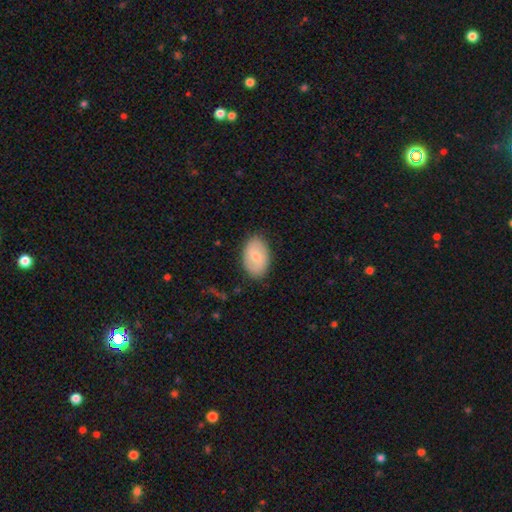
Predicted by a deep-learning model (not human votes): A smooth galaxy with no disk features (67%) that is in between round and cigar-shaped (87%).

Vote fractions:
- Smooth or featured? smooth: 67% / featured or disk: 27% / star or artifact: 6%
- How rounded? in between: 87% / round: 12% / cigar-shaped: 1%
- Merging? none: 83% / minor disturbance: 13% / major disturbance: 3% / merger: 1%